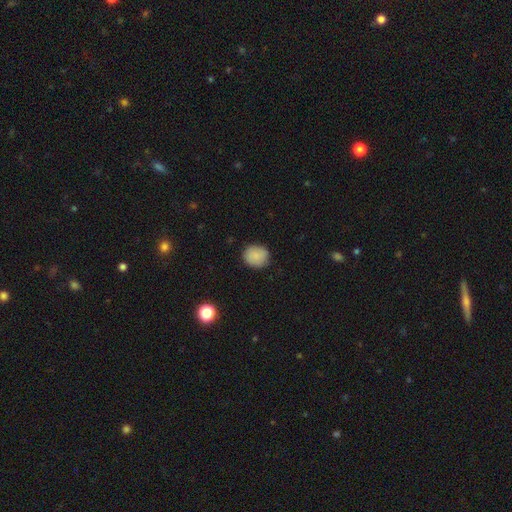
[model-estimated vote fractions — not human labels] smooth_or_featured: smooth (p=0.85) [alt: star or artifact p=0.08]
how_rounded: round (p=0.78) [alt: in between p=0.21]
merging: none (p=0.86) [alt: minor disturbance p=0.10]